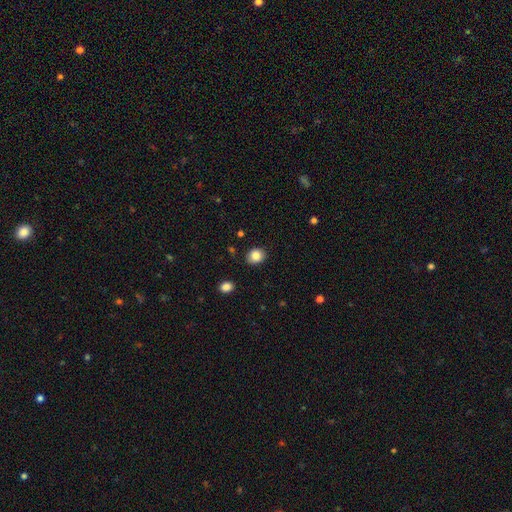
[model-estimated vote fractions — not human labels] smooth 86%, star or artifact 9%, featured or disk 4%. Down the decision tree: how rounded — round (67%); merging — none (87%).